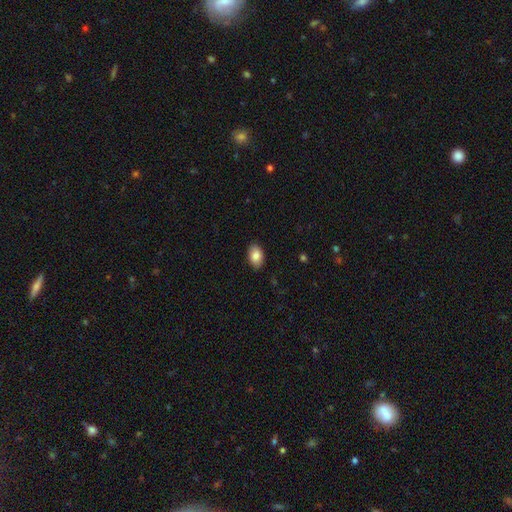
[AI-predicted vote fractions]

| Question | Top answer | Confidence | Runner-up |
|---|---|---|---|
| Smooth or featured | smooth | 86% | featured or disk (7%) |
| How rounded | in between | 90% | round (9%) |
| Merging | none | 88% | minor disturbance (9%) |